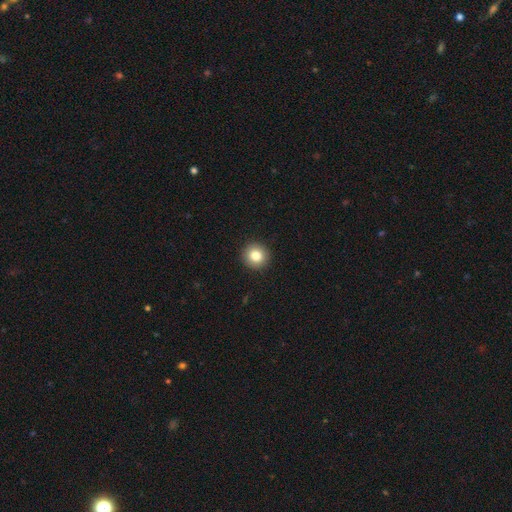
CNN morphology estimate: This is clearly a smooth galaxy (83%). How rounded: clearly round (93%). Merging: clearly none (93%).